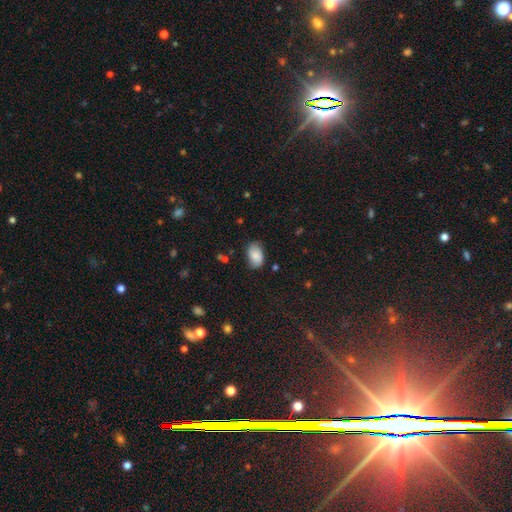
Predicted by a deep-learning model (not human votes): A smooth galaxy with no disk features (78%) that is in between round and cigar-shaped (90%). Merging: none (73%).